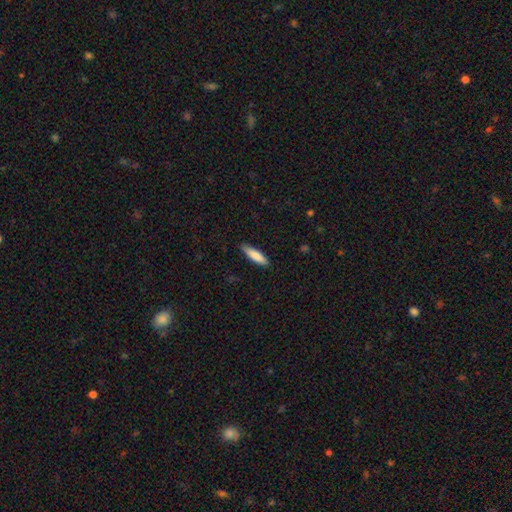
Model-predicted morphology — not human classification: This appears to be a smooth galaxy with no disk features (82%) that is cigar-shaped (68%). Merging: none (87%).